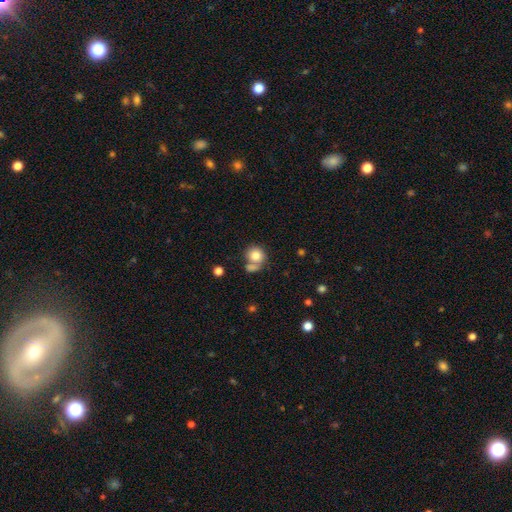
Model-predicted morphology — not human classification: smooth 79%, featured or disk 12%, star or artifact 9%. Down the decision tree: how rounded — round (81%); merging — none (44%).